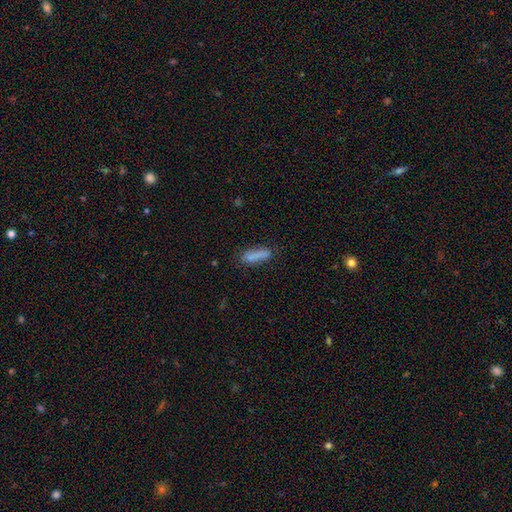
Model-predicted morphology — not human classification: Overall: smooth (81%). How rounded: cigar-shaped (57%; in between 41%). Merging: none (70%).